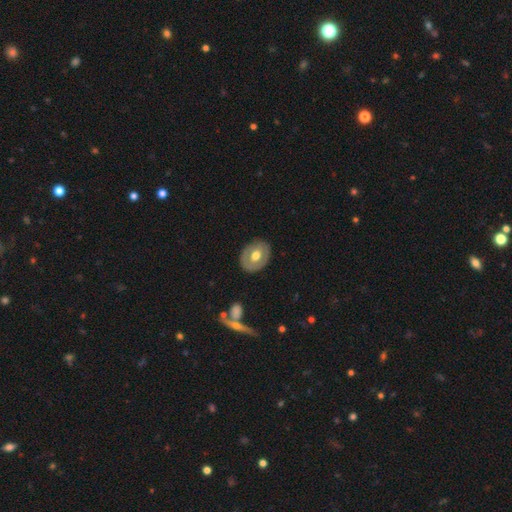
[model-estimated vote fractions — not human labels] A smooth galaxy with no disk features (51%) that is in between round and cigar-shaped (58%).

Vote fractions:
- Smooth or featured? smooth: 51% / featured or disk: 44% / star or artifact: 6%
- How rounded? in between: 58% / round: 41% / cigar-shaped: 1%
- Merging? none: 84% / minor disturbance: 11% / major disturbance: 3% / merger: 1%